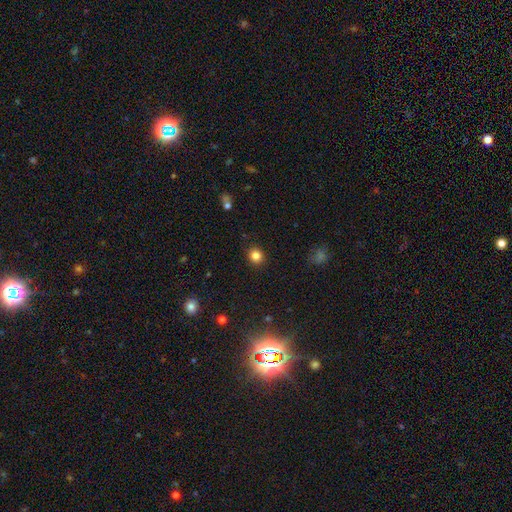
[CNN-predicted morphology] smooth 84%, star or artifact 12%, featured or disk 5%. Down the decision tree: how rounded — round (83%); merging — none (91%).